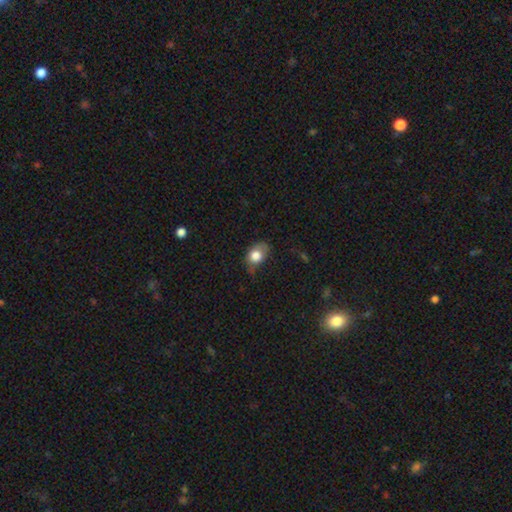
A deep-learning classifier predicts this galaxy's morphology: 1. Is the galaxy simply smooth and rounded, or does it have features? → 78% smooth, 13% featured or disk, 9% star or artifact.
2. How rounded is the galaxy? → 66% in between, 33% round, 1% cigar-shaped.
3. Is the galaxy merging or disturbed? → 44% none, 38% minor disturbance, 16% major disturbance, 2% merger.